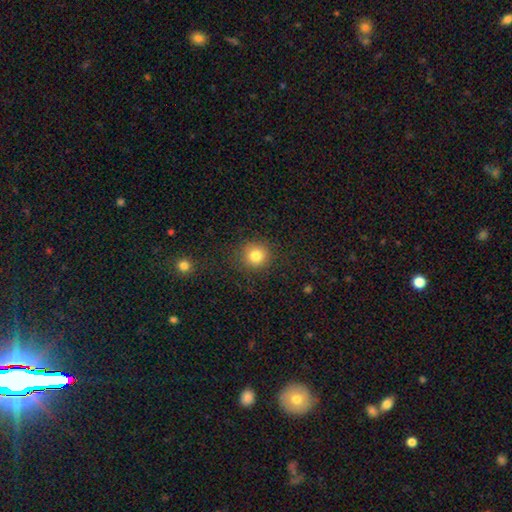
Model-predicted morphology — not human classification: smooth_or_featured: smooth (p=0.82) [alt: star or artifact p=0.12]
how_rounded: round (p=0.92) [alt: in between p=0.07]
merging: none (p=0.87) [alt: minor disturbance p=0.08]